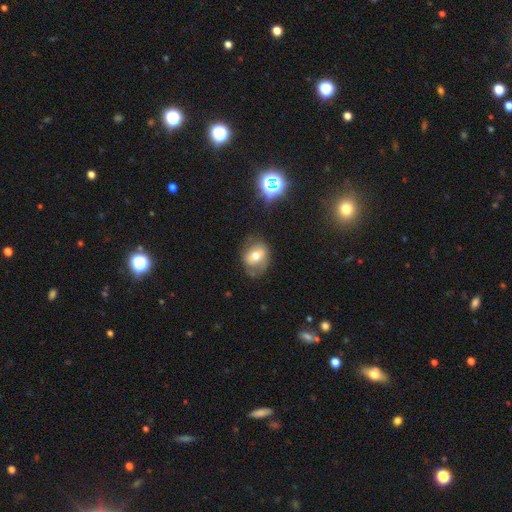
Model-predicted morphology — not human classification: Smooth or featured? Predicted: smooth (p=0.54). How rounded? Predicted: in between (p=0.51). Merging? Predicted: none (p=0.61).